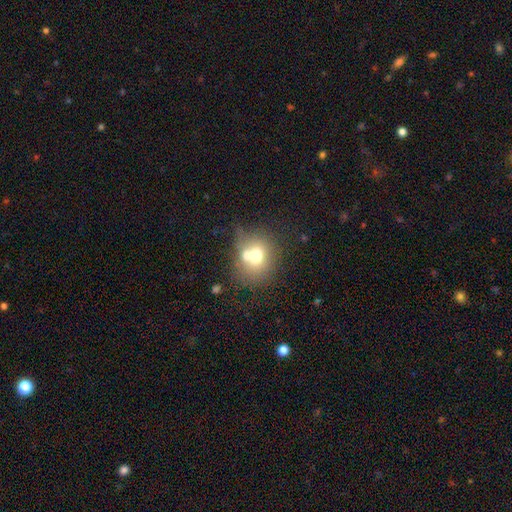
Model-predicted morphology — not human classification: Smooth or featured: smooth — 66% (featured or disk — 22%)
How rounded: round — 72% (in between — 27%)
Merging: none — 44% (merger — 38%)